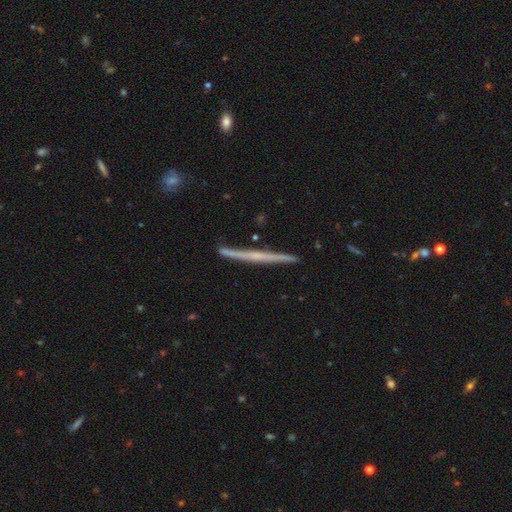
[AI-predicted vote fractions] A featured or disk galaxy (63%) viewed edge-on (97%) with no central bulge (68%).

Vote fractions:
- Smooth or featured? featured or disk: 63% / smooth: 30% / star or artifact: 7%
- Edge-on disk? yes: 97% / no: 3%
- Edge-on bulge? none: 68% / rounded: 27% / boxy: 5%
- Merging? none: 88% / minor disturbance: 8% / merger: 2% / major disturbance: 2%